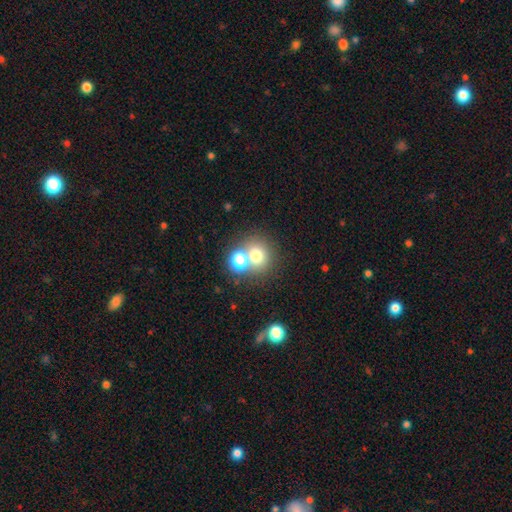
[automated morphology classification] This appears to be a smooth galaxy with no disk features (70%) that is round (83%). Merging: none (52%).